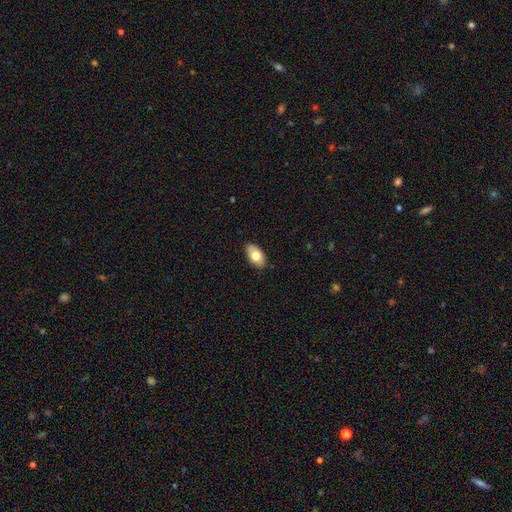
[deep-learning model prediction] smooth-or-featured: smooth: 74% | featured or disk: 19% | star or artifact: 7%
  how-rounded: in between: 93% | round: 5% | cigar-shaped: 2%
  merging: none: 86% | minor disturbance: 11% | major disturbance: 2% | merger: 1%